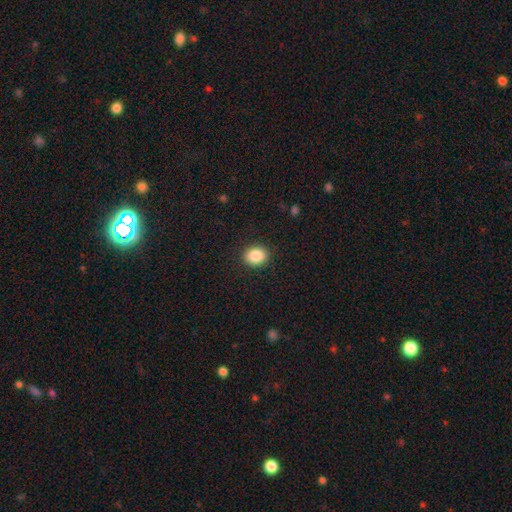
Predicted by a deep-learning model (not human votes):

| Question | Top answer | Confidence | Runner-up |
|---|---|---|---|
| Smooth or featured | smooth | 88% | star or artifact (8%) |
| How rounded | round | 61% | in between (38%) |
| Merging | none | 91% | minor disturbance (6%) |